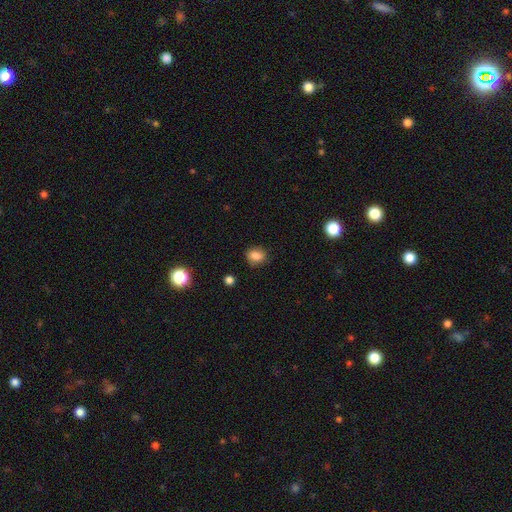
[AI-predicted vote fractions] smooth_or_featured: smooth (p=0.82) [alt: star or artifact p=0.11]
how_rounded: in between (p=0.54) [alt: round p=0.44]
merging: none (p=0.79) [alt: minor disturbance p=0.16]